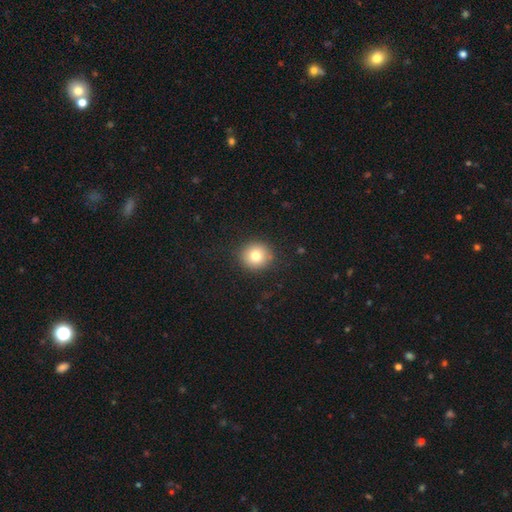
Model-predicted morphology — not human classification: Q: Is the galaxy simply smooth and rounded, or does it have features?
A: smooth — 77%.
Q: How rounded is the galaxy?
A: round — 91%.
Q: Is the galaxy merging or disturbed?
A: none — 89%.